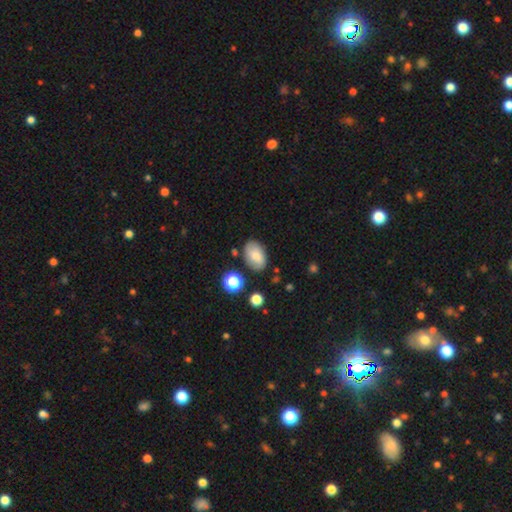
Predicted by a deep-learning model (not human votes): Smooth or featured: smooth — 74% (featured or disk — 17%)
How rounded: in between — 87% (round — 11%)
Merging: none — 77% (minor disturbance — 16%)